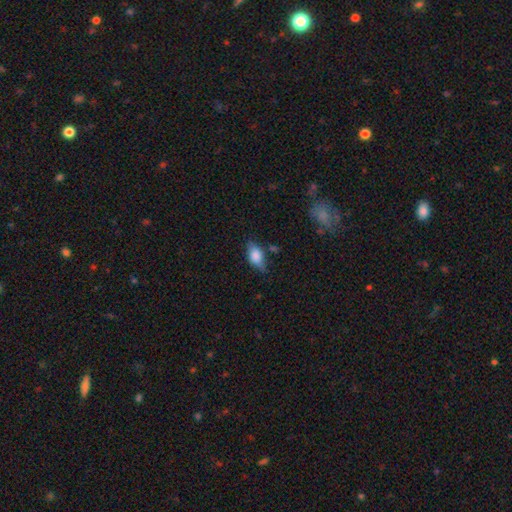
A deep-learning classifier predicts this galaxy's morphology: Smooth or featured? smooth (77%)
How rounded? in between (86%)
Merging? none (64%)